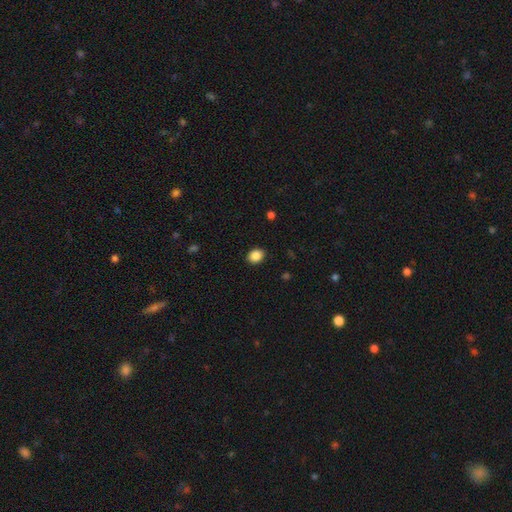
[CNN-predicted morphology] Overall: smooth (87%). How rounded: in between (55%; round 44%). Merging: none (89%).